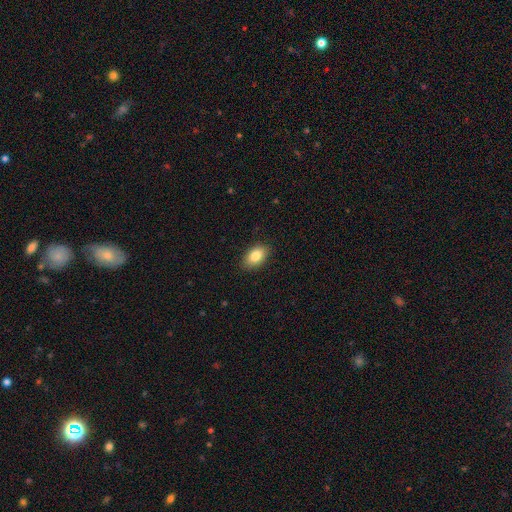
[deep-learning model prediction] Smooth or featured?
  - smooth: 85% *
  - featured or disk: 8%
  - star or artifact: 8%
How rounded?
  - in between: 91% *
  - round: 7%
  - cigar-shaped: 2%
Merging?
  - none: 88% *
  - minor disturbance: 9%
  - major disturbance: 2%
  - merger: 1%